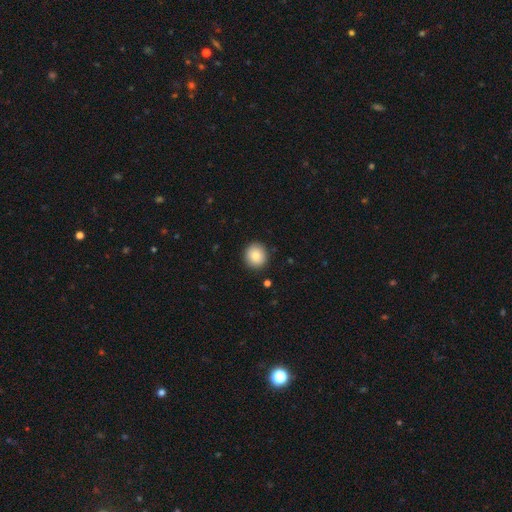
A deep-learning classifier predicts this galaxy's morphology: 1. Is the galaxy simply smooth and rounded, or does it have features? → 85% smooth, 8% star or artifact, 6% featured or disk.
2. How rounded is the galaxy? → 89% round, 10% in between, 1% cigar-shaped.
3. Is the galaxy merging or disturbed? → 91% none, 6% minor disturbance, 2% major disturbance, 1% merger.